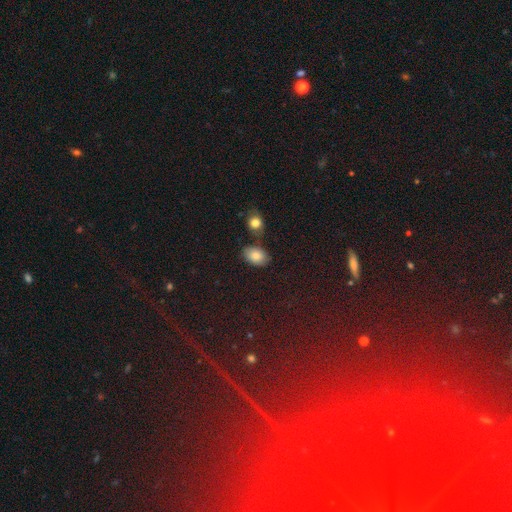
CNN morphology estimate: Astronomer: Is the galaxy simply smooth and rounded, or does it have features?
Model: smooth — 82%.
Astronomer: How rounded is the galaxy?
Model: in between — 85%.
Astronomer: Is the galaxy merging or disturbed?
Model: none — 71%.